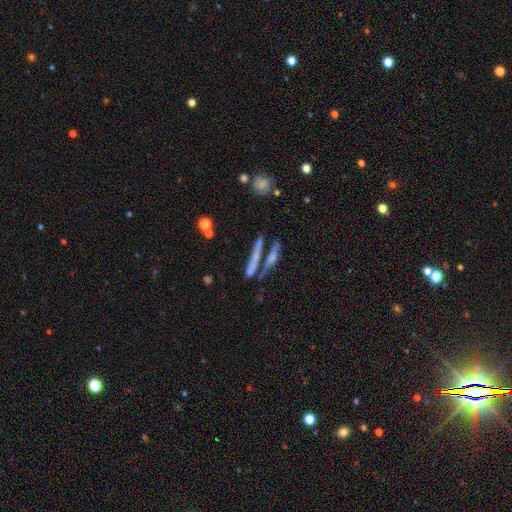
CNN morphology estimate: Overall: smooth (47%; featured or disk 41%). Merging: none (55%; merger 29%).